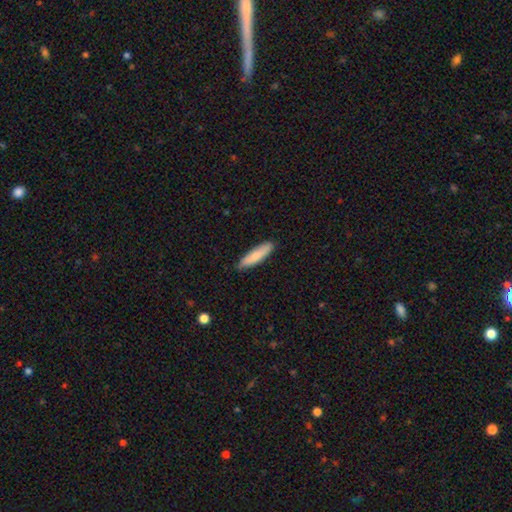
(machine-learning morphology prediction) Q: Smooth or featured?
A: smooth (80%); runner-up: featured or disk (15%)
Q: How rounded?
A: cigar-shaped (70%); runner-up: in between (28%)
Q: Merging?
A: none (87%); runner-up: minor disturbance (11%)